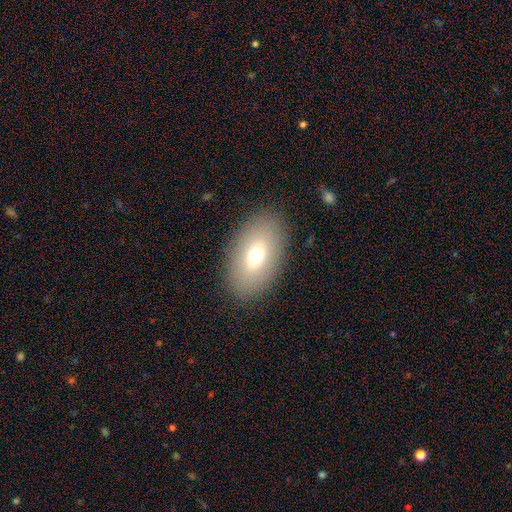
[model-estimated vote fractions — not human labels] Overall: smooth (69%). How rounded: in between (91%). Merging: none (87%).